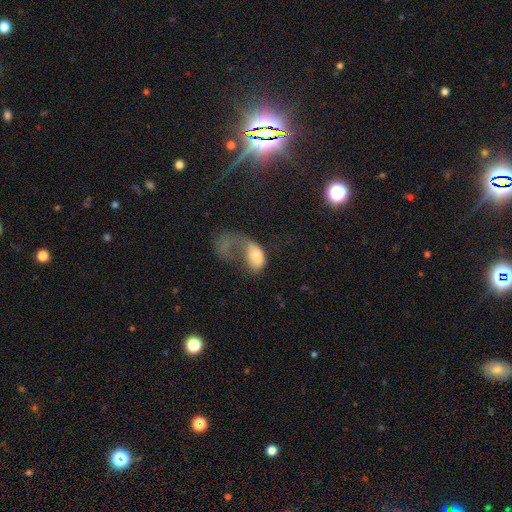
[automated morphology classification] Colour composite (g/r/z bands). It shows a smooth galaxy with no disk features (65%) that is in between round and cigar-shaped (86%). Merging: major disturbance (70%).